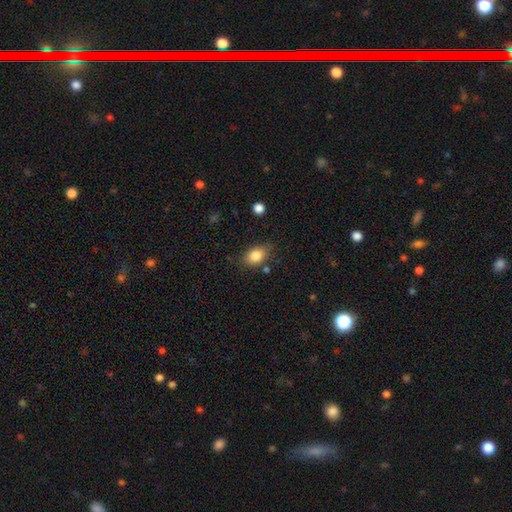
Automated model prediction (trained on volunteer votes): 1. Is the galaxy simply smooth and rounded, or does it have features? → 84% smooth, 8% star or artifact, 8% featured or disk.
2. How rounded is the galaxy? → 79% in between, 19% round, 2% cigar-shaped.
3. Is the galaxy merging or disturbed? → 75% none, 17% minor disturbance, 4% major disturbance, 3% merger.